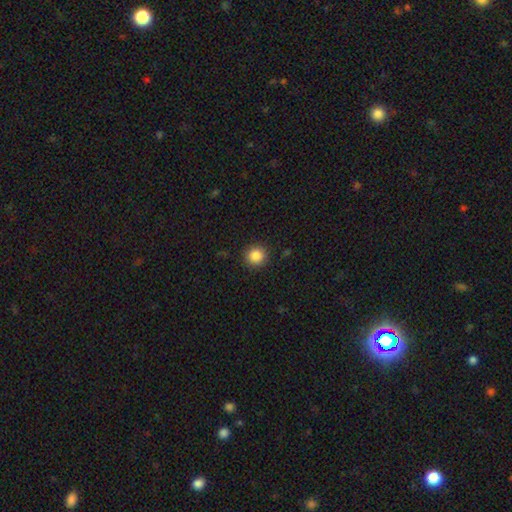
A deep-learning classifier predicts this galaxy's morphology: Smooth or featured? smooth (86%)
How rounded? round (92%)
Merging? none (90%)